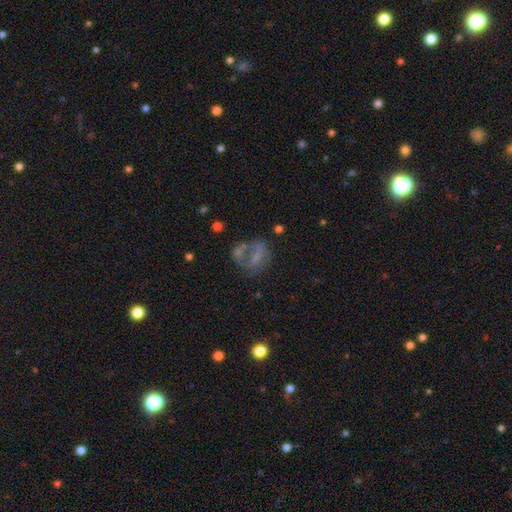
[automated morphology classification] type=featured or disk (43%); merging=none (39%).